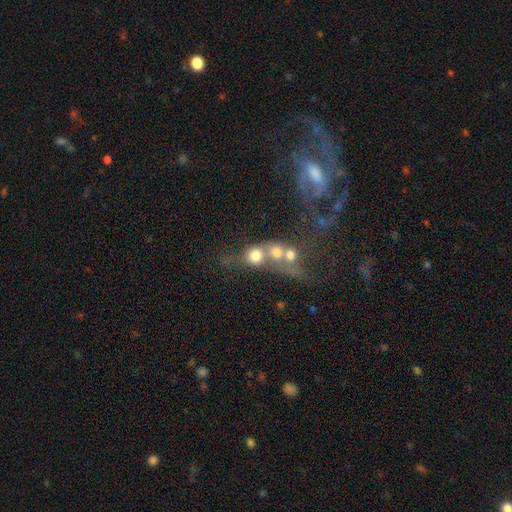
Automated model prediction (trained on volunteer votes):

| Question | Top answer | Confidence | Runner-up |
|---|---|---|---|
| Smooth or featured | smooth | 64% | featured or disk (22%) |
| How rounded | round | 72% | in between (24%) |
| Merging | merger | 65% | none (20%) |